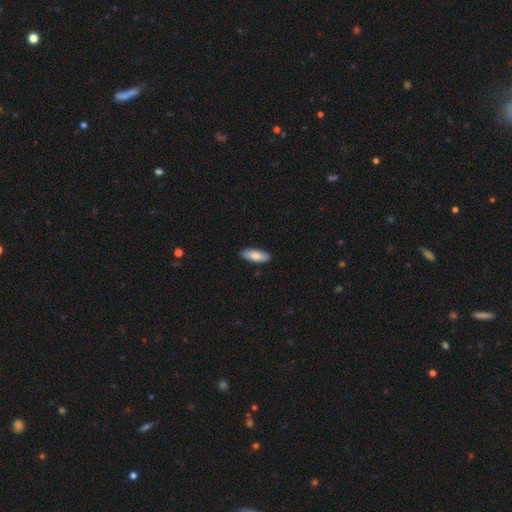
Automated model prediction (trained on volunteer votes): Q: Smooth or featured?
A: smooth (82%); runner-up: featured or disk (13%)
Q: How rounded?
A: in between (69%); runner-up: cigar-shaped (29%)
Q: Merging?
A: none (88%); runner-up: minor disturbance (9%)